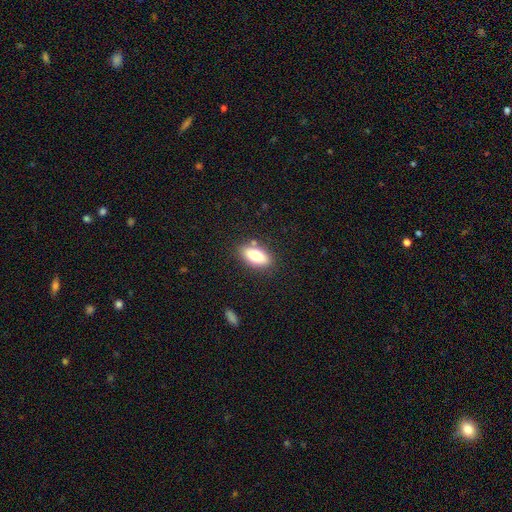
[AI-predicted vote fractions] Smooth or featured? smooth (73%)
How rounded? in between (84%)
Merging? none (82%)